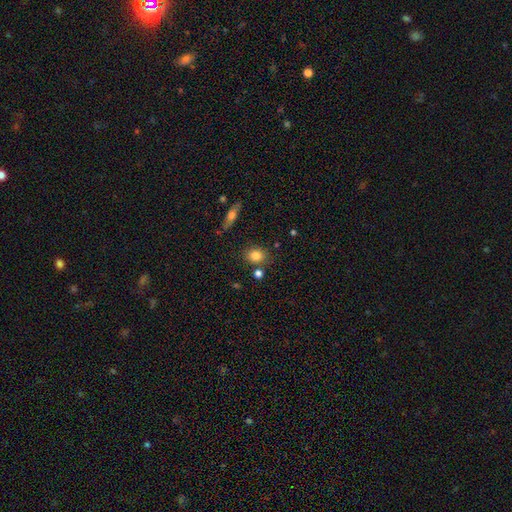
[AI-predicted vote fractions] Smooth or featured? Predicted: smooth (p=0.82). How rounded? Predicted: round (p=0.58). Merging? Predicted: none (p=0.77).